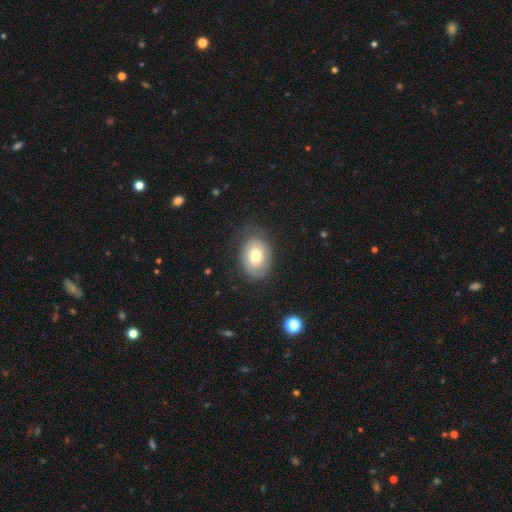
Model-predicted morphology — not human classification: This is likely a smooth galaxy (62%). How rounded: likely in between (75%). Merging: likely none (67%).